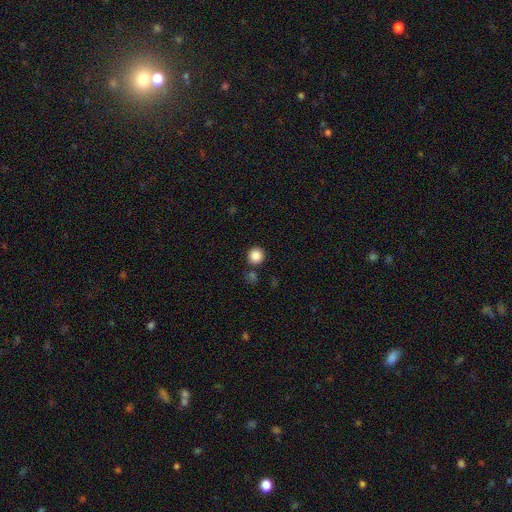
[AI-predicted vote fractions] A smooth galaxy with no disk features (86%) that is round (94%).

Vote fractions:
- Smooth or featured? smooth: 86% / star or artifact: 10% / featured or disk: 4%
- How rounded? round: 94% / in between: 5% / cigar-shaped: 1%
- Merging? none: 84% / minor disturbance: 7% / merger: 7% / major disturbance: 2%